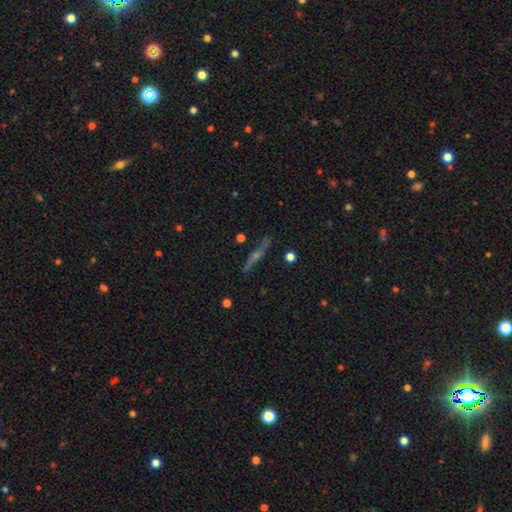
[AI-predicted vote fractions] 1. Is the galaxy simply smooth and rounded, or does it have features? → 70% featured or disk, 20% smooth, 10% star or artifact.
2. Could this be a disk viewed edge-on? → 94% yes, 6% no.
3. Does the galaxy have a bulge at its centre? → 84% rounded, 11% none, 5% boxy.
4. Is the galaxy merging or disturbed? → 88% none, 8% minor disturbance, 2% major disturbance, 2% merger.